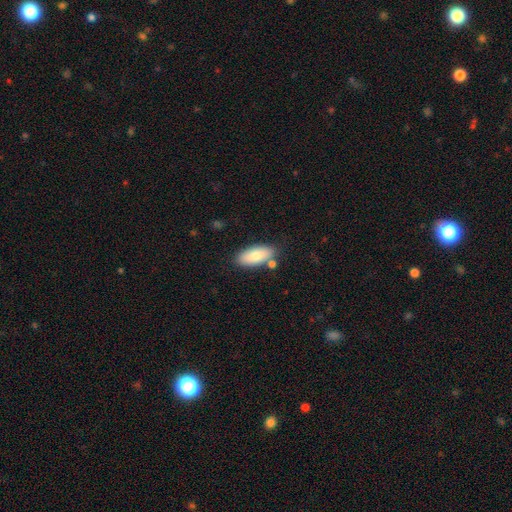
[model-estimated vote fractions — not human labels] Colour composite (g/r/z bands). It shows a smooth galaxy with no disk features (79%) that is in between round and cigar-shaped (87%). Merging: none (77%).